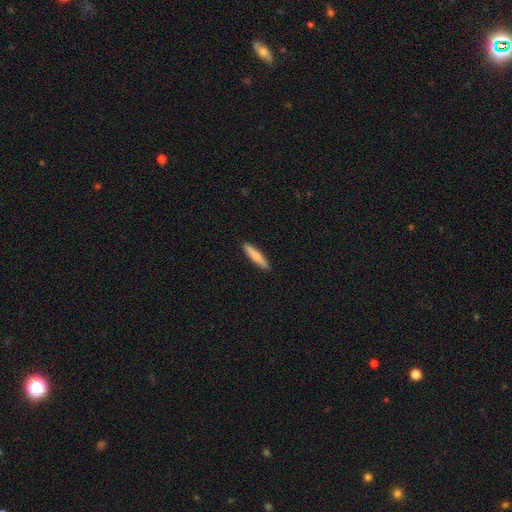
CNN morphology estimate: Smooth or featured?
  - smooth: 73% *
  - featured or disk: 22%
  - star or artifact: 5%
How rounded?
  - cigar-shaped: 88% *
  - in between: 11%
  - round: 1%
Merging?
  - none: 91% *
  - minor disturbance: 7%
  - major disturbance: 1%
  - merger: 1%